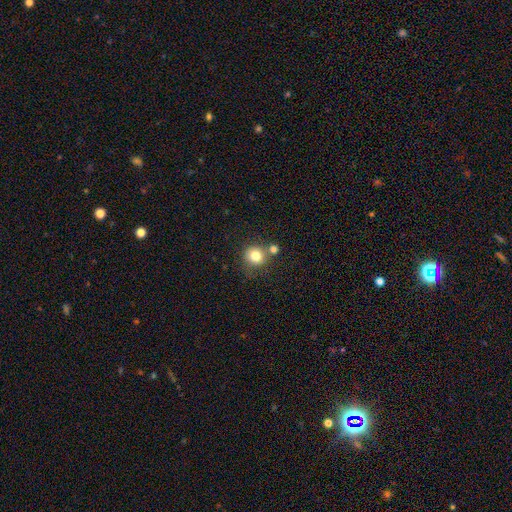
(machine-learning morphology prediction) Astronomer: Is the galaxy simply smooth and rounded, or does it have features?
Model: smooth — 80%.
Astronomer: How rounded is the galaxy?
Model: round — 88%.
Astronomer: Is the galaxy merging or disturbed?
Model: none — 63%.